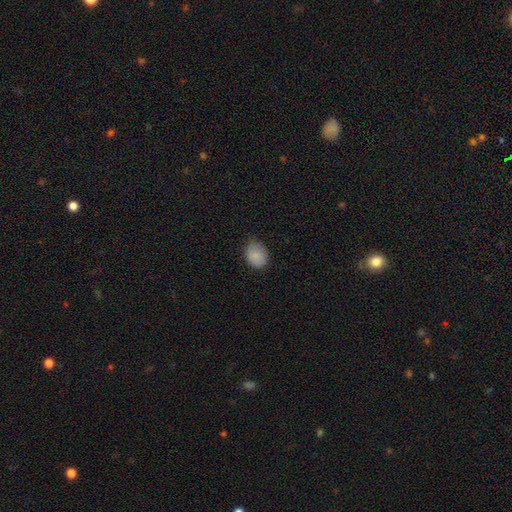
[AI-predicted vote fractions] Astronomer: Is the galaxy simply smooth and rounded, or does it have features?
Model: smooth — 87%.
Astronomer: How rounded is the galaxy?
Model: in between — 59% (runner-up: round, 40%).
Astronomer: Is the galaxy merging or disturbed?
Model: none — 69%.